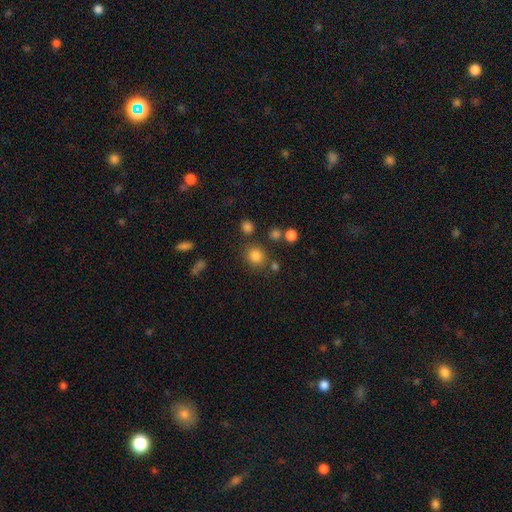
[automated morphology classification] This is clearly a smooth galaxy (81%). How rounded: clearly round (86%). Merging: likely none (79%).